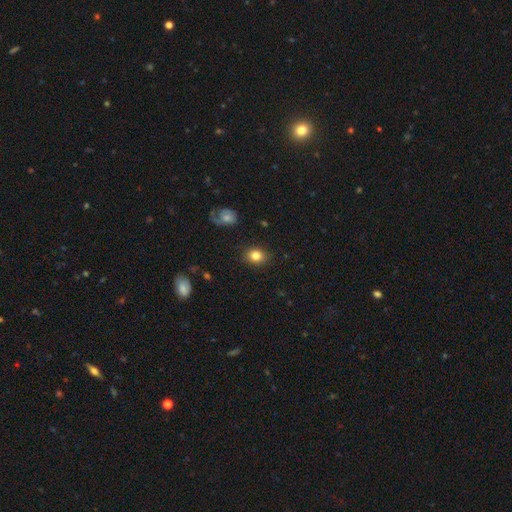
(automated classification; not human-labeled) Smooth or featured?
  - smooth: 84% *
  - star or artifact: 10%
  - featured or disk: 7%
How rounded?
  - round: 61% *
  - in between: 38%
  - cigar-shaped: 1%
Merging?
  - none: 86% *
  - minor disturbance: 9%
  - major disturbance: 3%
  - merger: 1%